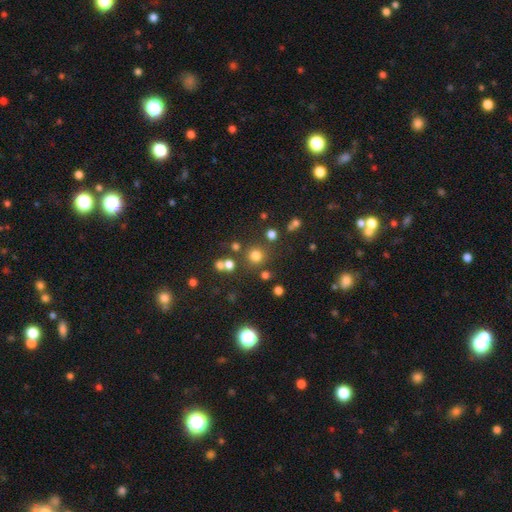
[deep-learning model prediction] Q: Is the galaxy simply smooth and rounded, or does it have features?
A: smooth — 73%.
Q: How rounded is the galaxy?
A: round — 93%.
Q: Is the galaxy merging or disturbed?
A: none — 80%.